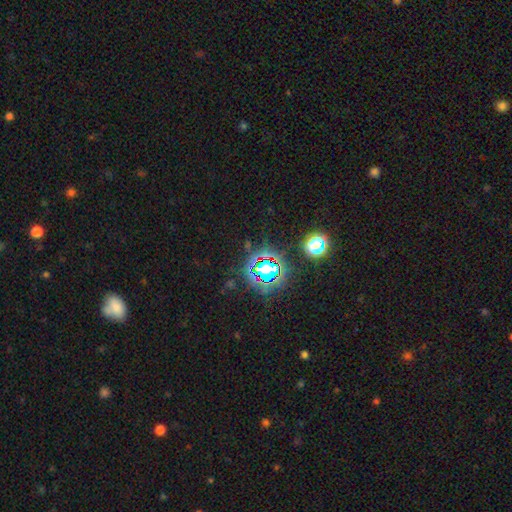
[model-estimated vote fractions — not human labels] A star or artifact, not a galaxy (79%).

Vote fractions:
- Smooth or featured? star or artifact: 79% / smooth: 13% / featured or disk: 8%